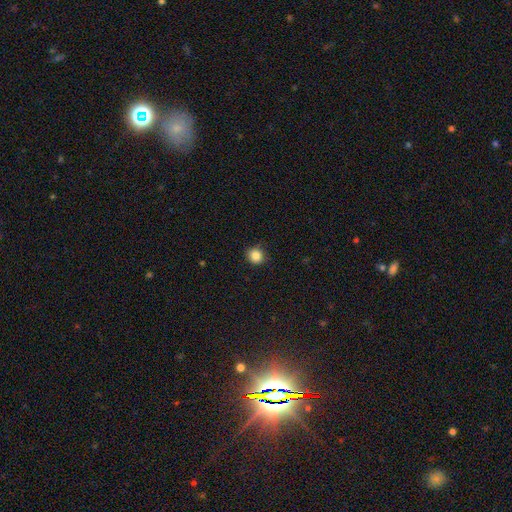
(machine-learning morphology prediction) Smooth or featured? smooth (86%)
How rounded? round (90%)
Merging? none (88%)